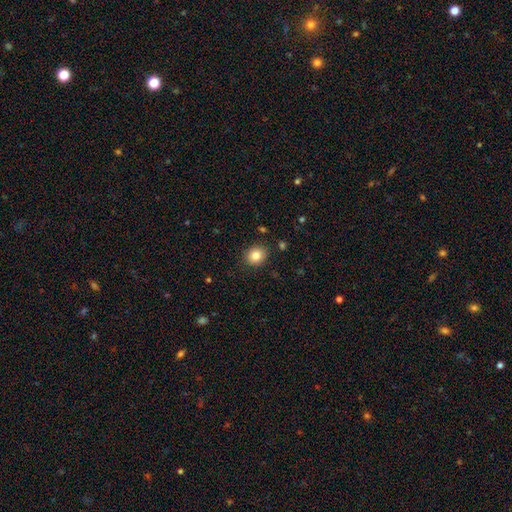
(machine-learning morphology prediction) Smooth or featured?
  - smooth: 83% *
  - star or artifact: 10%
  - featured or disk: 7%
How rounded?
  - round: 69% *
  - in between: 30%
  - cigar-shaped: 1%
Merging?
  - none: 88% *
  - minor disturbance: 8%
  - major disturbance: 2%
  - merger: 1%